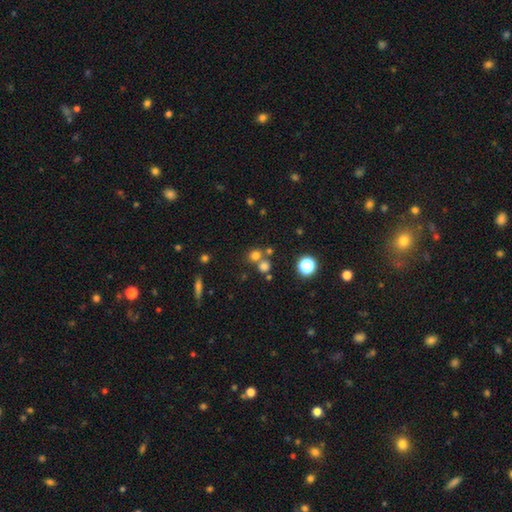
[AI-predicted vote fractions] Overall: smooth (69%). How rounded: round (85%). Merging: none (57%; merger 33%).